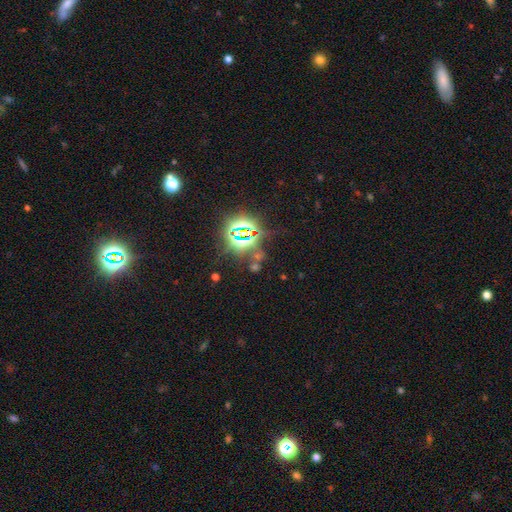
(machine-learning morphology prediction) smooth-or-featured: star or artifact: 80% | smooth: 12% | featured or disk: 8%